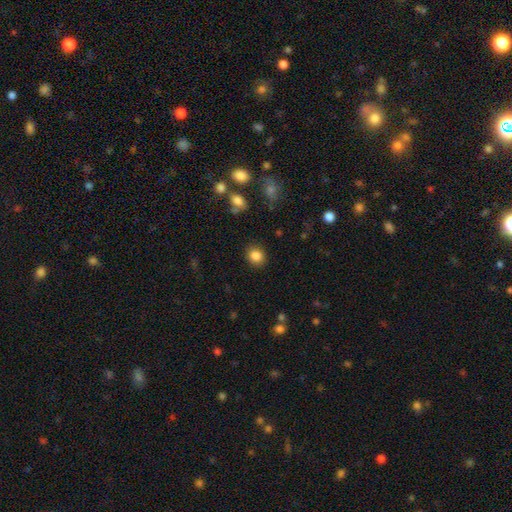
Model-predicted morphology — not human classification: A smooth galaxy with no disk features (85%) that is round (78%). Merging: none (88%).